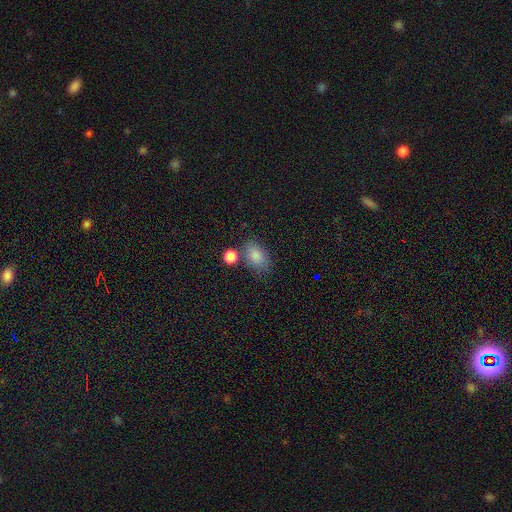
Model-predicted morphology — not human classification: This appears to be a smooth galaxy with no disk features (85%) that is in between round and cigar-shaped (84%). Merging: none (64%).